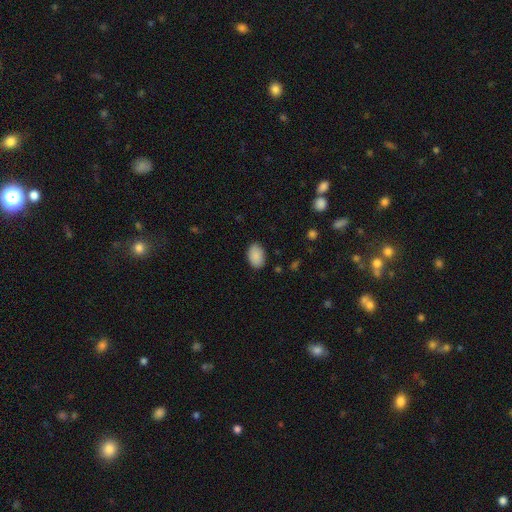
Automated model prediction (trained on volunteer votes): A smooth galaxy with no disk features (89%) that is in between round and cigar-shaped (87%).

Vote fractions:
- Smooth or featured? smooth: 89% / star or artifact: 7% / featured or disk: 4%
- How rounded? in between: 87% / round: 12% / cigar-shaped: 1%
- Merging? none: 86% / minor disturbance: 10% / major disturbance: 2% / merger: 1%